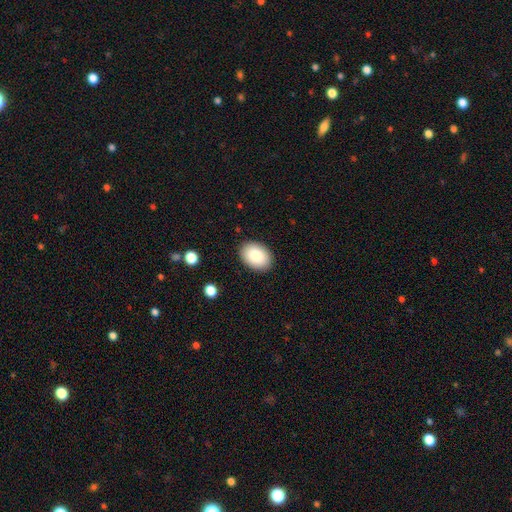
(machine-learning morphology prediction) A smooth galaxy with no disk features (88%) that is in between round and cigar-shaped (81%).

Vote fractions:
- Smooth or featured? smooth: 88% / star or artifact: 7% / featured or disk: 5%
- How rounded? in between: 81% / round: 18% / cigar-shaped: 1%
- Merging? none: 89% / minor disturbance: 8% / major disturbance: 2% / merger: 1%